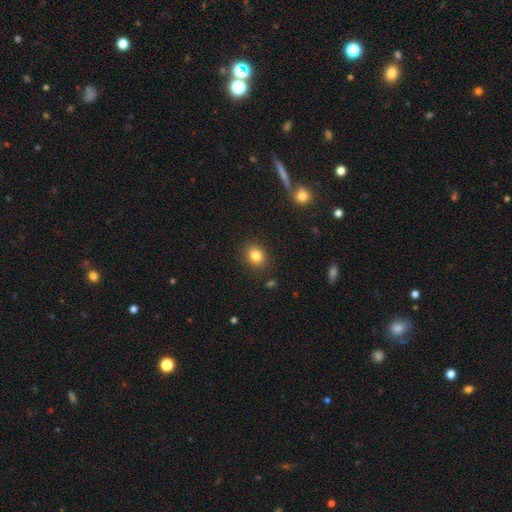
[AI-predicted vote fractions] Q: Smooth or featured?
A: smooth (83%); runner-up: star or artifact (11%)
Q: How rounded?
A: round (63%); runner-up: in between (37%)
Q: Merging?
A: none (88%); runner-up: minor disturbance (8%)